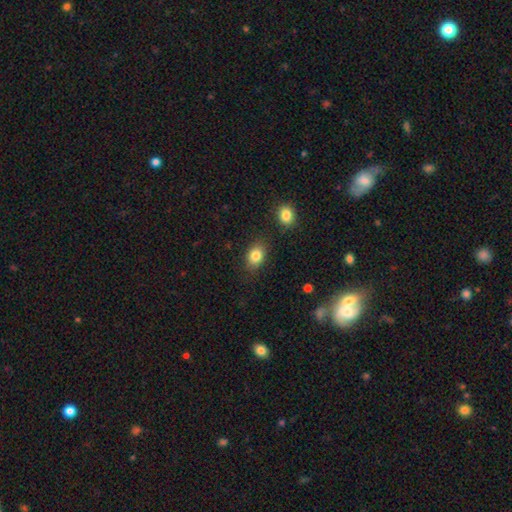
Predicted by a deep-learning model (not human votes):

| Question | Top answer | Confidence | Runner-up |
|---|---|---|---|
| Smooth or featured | smooth | 84% | star or artifact (9%) |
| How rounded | in between | 72% | round (27%) |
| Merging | none | 83% | minor disturbance (11%) |